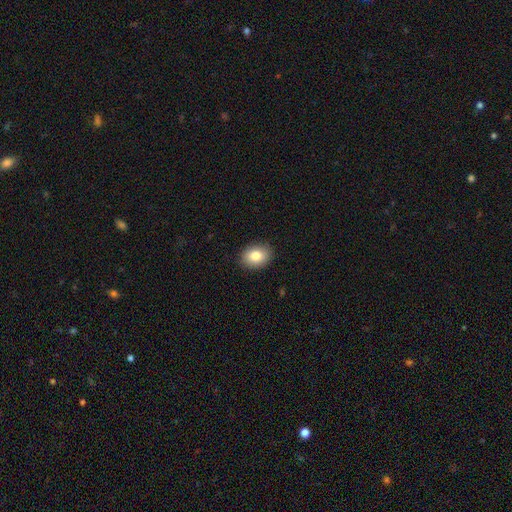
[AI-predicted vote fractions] A smooth galaxy with no disk features (83%) that is in between round and cigar-shaped (66%).

Vote fractions:
- Smooth or featured? smooth: 83% / featured or disk: 9% / star or artifact: 8%
- How rounded? in between: 66% / round: 33% / cigar-shaped: 1%
- Merging? none: 89% / minor disturbance: 8% / major disturbance: 2% / merger: 1%